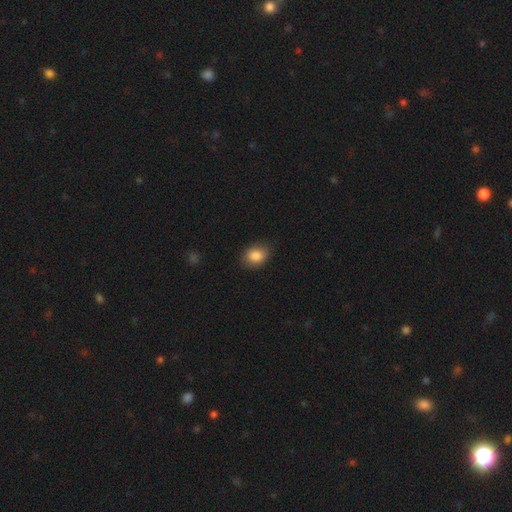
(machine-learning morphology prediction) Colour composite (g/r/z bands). It shows a smooth galaxy with no disk features (86%) that is in between round and cigar-shaped (62%). Merging: none (81%).